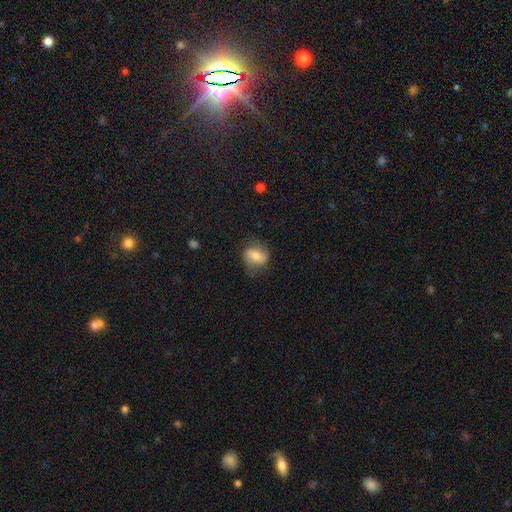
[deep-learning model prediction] smooth-or-featured: smooth: 64% | featured or disk: 28% | star or artifact: 8%
  how-rounded: in between: 57% | round: 41% | cigar-shaped: 2%
  merging: none: 63% | minor disturbance: 25% | major disturbance: 10% | merger: 1%